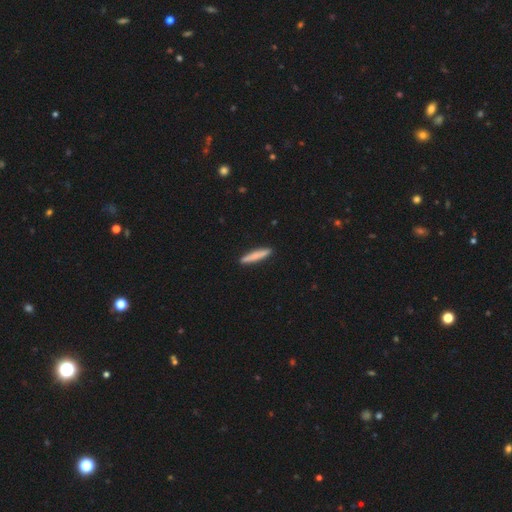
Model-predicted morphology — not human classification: A smooth galaxy with no disk features (77%) that is cigar-shaped (93%).

Vote fractions:
- Smooth or featured? smooth: 77% / featured or disk: 17% / star or artifact: 5%
- How rounded? cigar-shaped: 93% / in between: 5% / round: 1%
- Merging? none: 92% / minor disturbance: 6% / major disturbance: 1% / merger: 1%